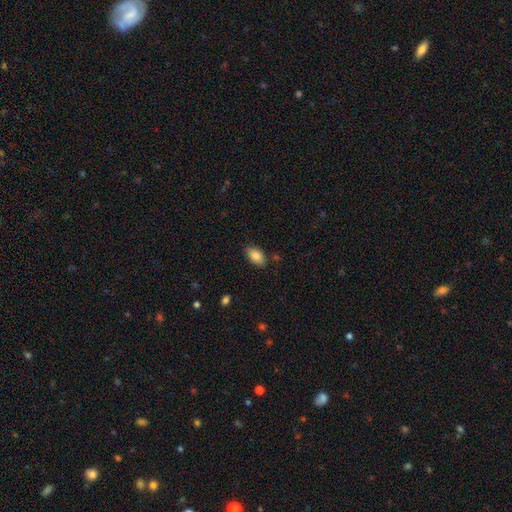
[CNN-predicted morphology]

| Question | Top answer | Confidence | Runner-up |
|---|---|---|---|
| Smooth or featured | smooth | 85% | featured or disk (8%) |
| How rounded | in between | 93% | round (5%) |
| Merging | none | 82% | minor disturbance (13%) |